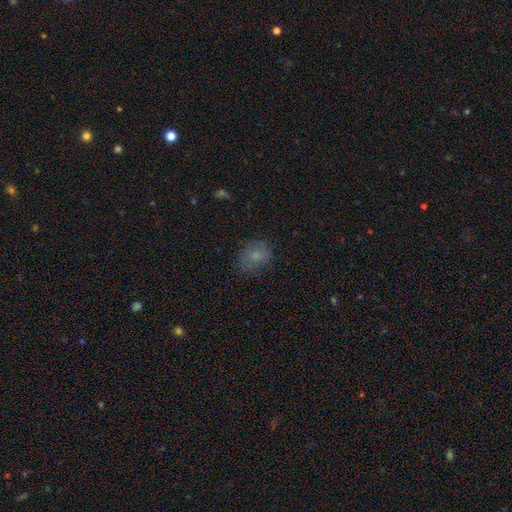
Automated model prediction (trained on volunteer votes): Overall: smooth (76%). How rounded: in between (54%; round 44%). Merging: none (68%).